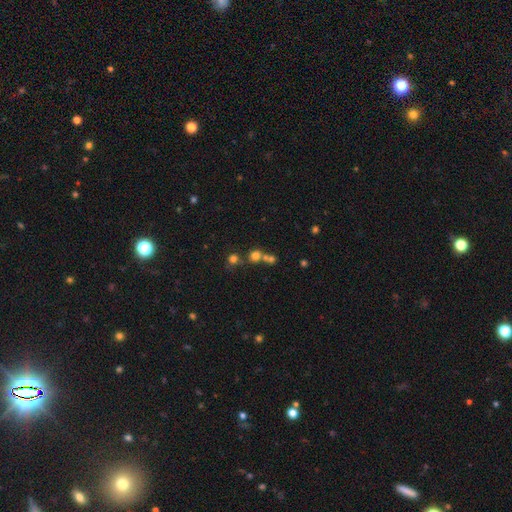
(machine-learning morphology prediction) The model was most divided on "merging": none: 53%, merger: 36%, minor disturbance: 7%, major disturbance: 4%. More confident: how rounded — round (87%); smooth or featured — smooth (65%).